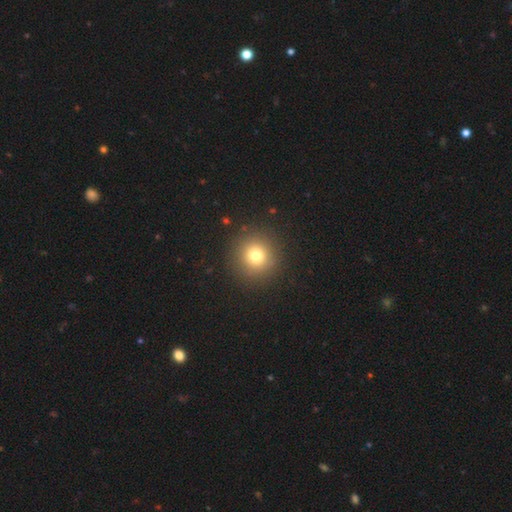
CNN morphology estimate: This is likely a smooth galaxy (76%). How rounded: clearly round (94%). Merging: clearly none (90%).